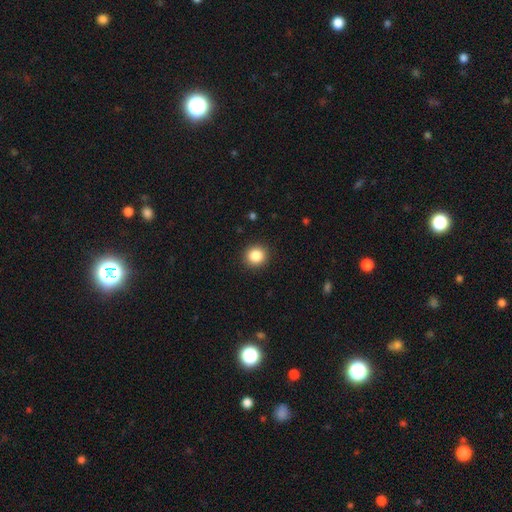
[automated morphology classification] type=smooth (86%); roundness=round (90%); merging=none (91%).